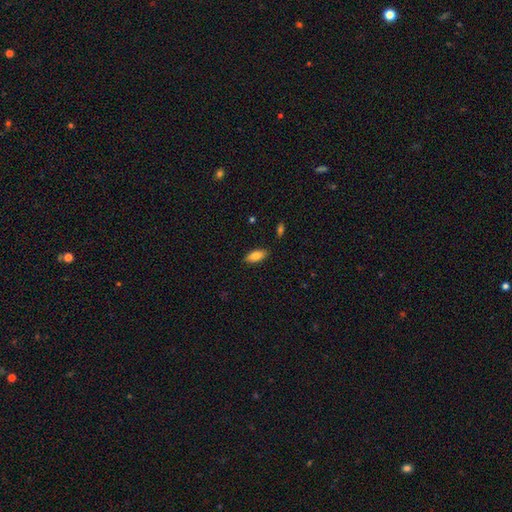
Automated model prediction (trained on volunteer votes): Smooth or featured? smooth (81%)
How rounded? in between (85%)
Merging? none (86%)